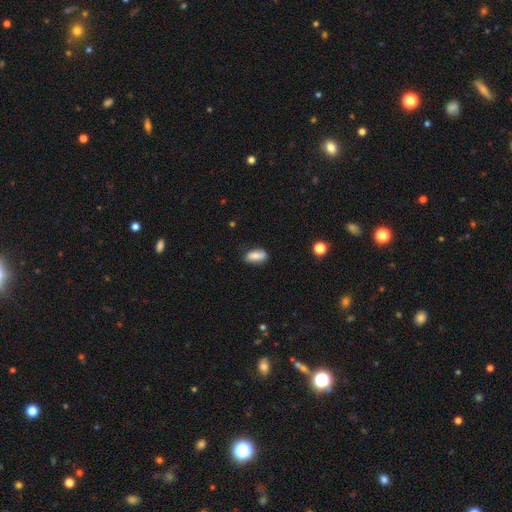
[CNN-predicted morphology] smooth-or-featured: smooth: 79% | featured or disk: 14% | star or artifact: 7%
  how-rounded: in between: 82% | cigar-shaped: 14% | round: 4%
  merging: none: 75% | minor disturbance: 18% | major disturbance: 3% | merger: 3%